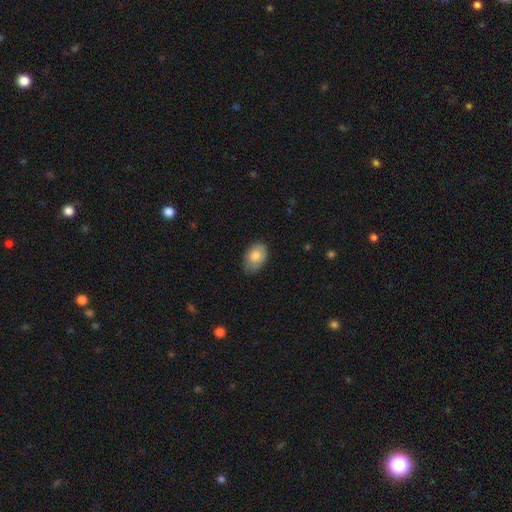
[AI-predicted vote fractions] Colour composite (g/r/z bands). It shows a smooth galaxy with no disk features (81%) that is in between round and cigar-shaped (85%). Merging: none (72%).